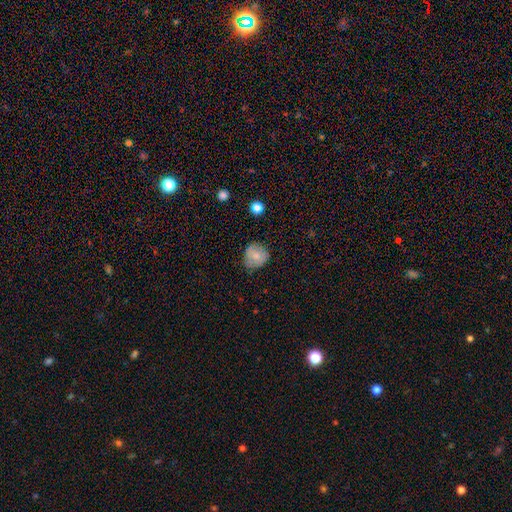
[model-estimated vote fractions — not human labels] Smooth or featured: smooth — 74% (featured or disk — 17%)
How rounded: round — 82% (in between — 17%)
Merging: none — 67% (minor disturbance — 26%)